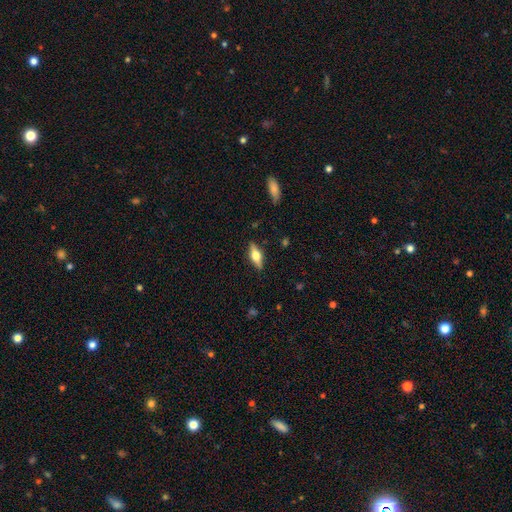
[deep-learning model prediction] smooth_or_featured: featured or disk (p=0.50) [alt: smooth p=0.43]
disk_edge_on: yes (p=0.92) [alt: no p=0.08]
merging: none (p=0.87) [alt: minor disturbance p=0.09]